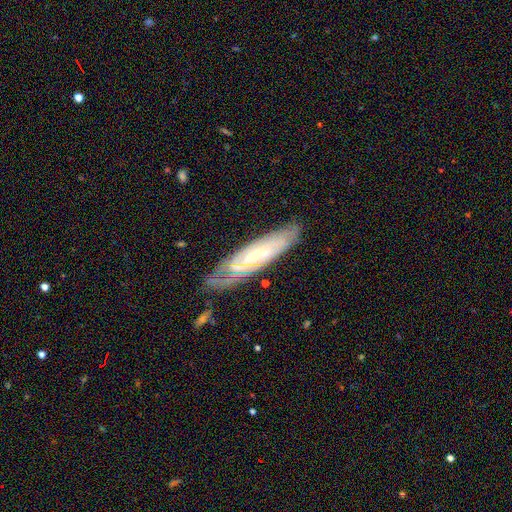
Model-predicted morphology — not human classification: Smooth or featured: featured or disk — 73% (smooth — 21%)
Edge-on disk: no — 72% (yes — 28%)
Bar: no — 52% (weak — 35%)
Spiral arms: yes — 85% (no — 15%)
Bulge size: small — 65% (moderate — 25%)
Merging: none — 67% (minor disturbance — 22%)